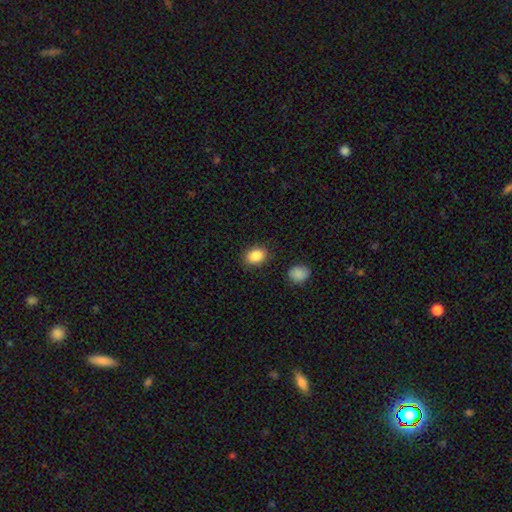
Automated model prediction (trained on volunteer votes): A smooth galaxy with no disk features (87%) that is in between round and cigar-shaped (61%). Merging: none (84%).